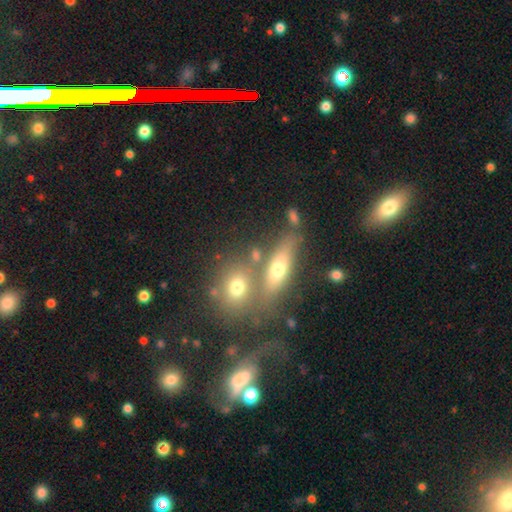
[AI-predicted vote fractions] Smooth or featured?
  - smooth: 60% *
  - featured or disk: 26%
  - star or artifact: 14%
How rounded?
  - in between: 47% *
  - round: 30%
  - cigar-shaped: 23%
Merging?
  - none: 52% *
  - merger: 30%
  - minor disturbance: 12%
  - major disturbance: 6%